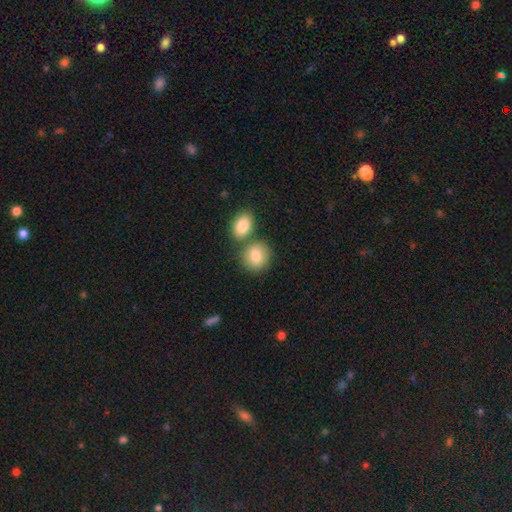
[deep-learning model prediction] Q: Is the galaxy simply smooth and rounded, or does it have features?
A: smooth — 84%.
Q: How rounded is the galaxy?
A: round — 72%.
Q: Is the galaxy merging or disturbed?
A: none — 60%.